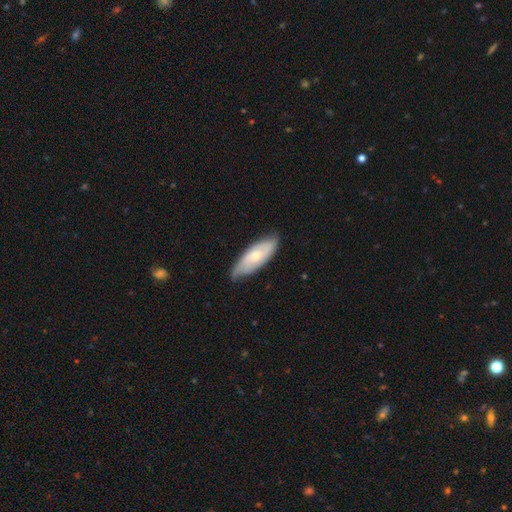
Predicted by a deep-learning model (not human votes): Smooth or featured: featured or disk — 50% (smooth — 44%)
Edge-on disk: no — 81% (yes — 19%)
Merging: none — 69% (minor disturbance — 25%)